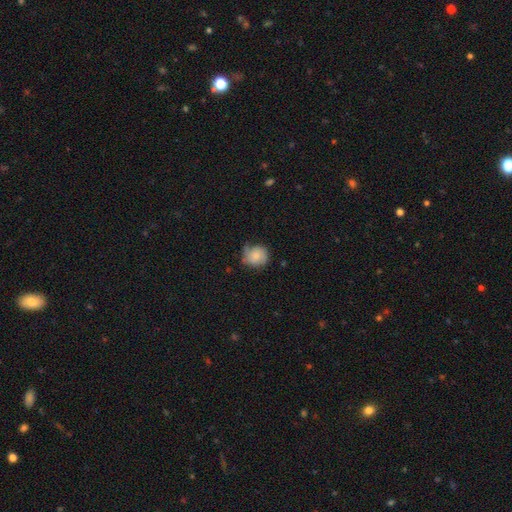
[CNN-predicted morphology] The model was most divided on "merging": none: 54%, minor disturbance: 32%, major disturbance: 12%, merger: 2%. More confident: how rounded — round (77%); smooth or featured — smooth (61%).